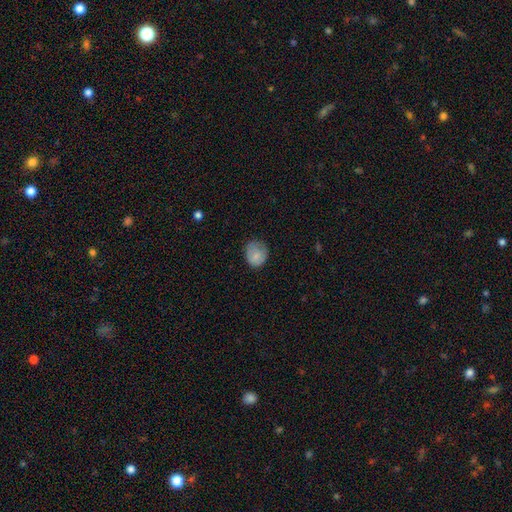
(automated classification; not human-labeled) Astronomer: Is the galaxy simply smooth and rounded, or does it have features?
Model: smooth — 79%.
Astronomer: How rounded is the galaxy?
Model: round — 69%.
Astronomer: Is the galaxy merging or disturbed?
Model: none — 63%.